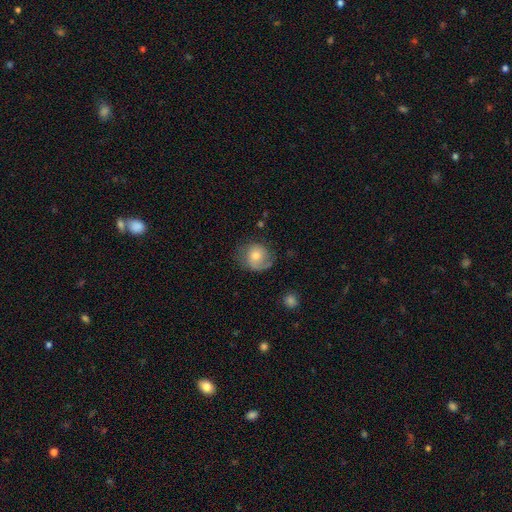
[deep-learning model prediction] Overall: smooth (54%; featured or disk 37%). How rounded: round (71%). Merging: none (56%; minor disturbance 25%).